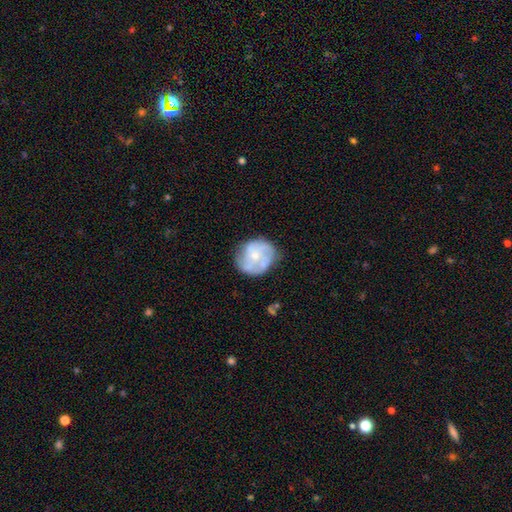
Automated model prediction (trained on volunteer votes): This is possibly a featured or disk galaxy (58%). It is clearly not viewed edge-on (98%). Bar: likely no (78%). Spiral arm pattern: likely yes (60%). Central bulge: possibly small (53%). Merging: likely none (63%).